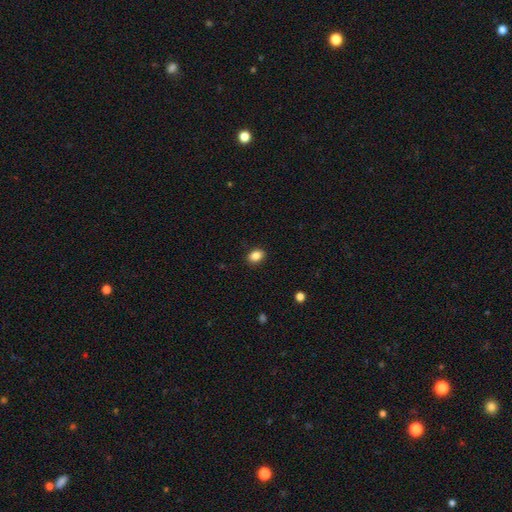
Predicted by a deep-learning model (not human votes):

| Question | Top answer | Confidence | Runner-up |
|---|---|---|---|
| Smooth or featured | smooth | 86% | star or artifact (9%) |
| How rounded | in between | 72% | round (27%) |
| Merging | none | 89% | minor disturbance (8%) |